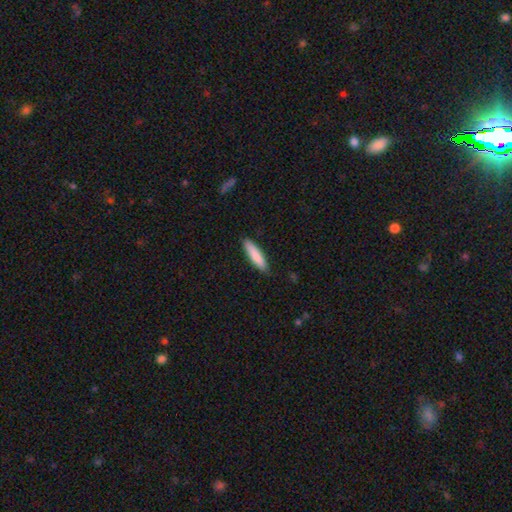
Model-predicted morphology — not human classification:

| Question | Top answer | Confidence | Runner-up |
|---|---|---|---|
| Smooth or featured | smooth | 85% | featured or disk (9%) |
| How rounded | cigar-shaped | 80% | in between (19%) |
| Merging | none | 87% | minor disturbance (11%) |